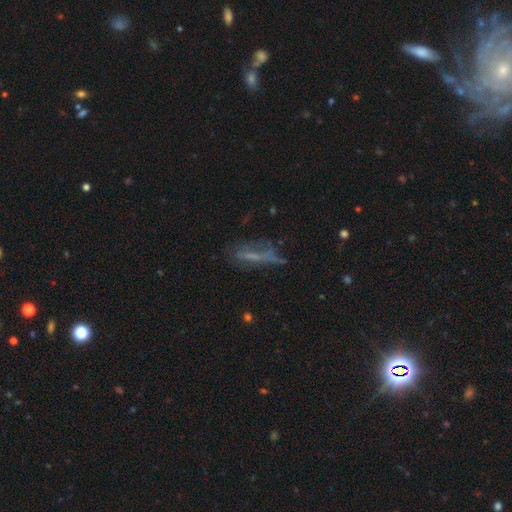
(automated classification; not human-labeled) Smooth or featured: featured or disk — 43% (smooth — 39%)
Merging: none — 51% (minor disturbance — 24%)